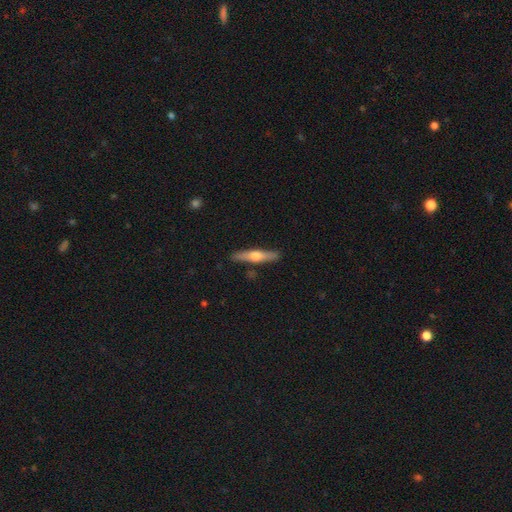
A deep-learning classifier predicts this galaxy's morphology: A featured or disk galaxy (56%) viewed edge-on (95%) with a rounded central bulge (91%). Merging: none (89%).